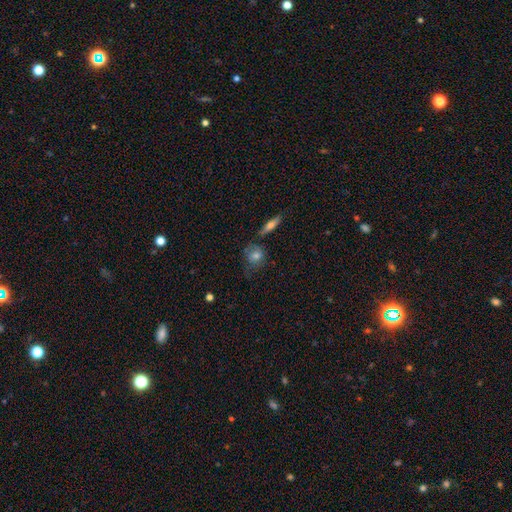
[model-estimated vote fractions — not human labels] Morphology: type=smooth (71%); roundness=round (66%); merging=none (60%).